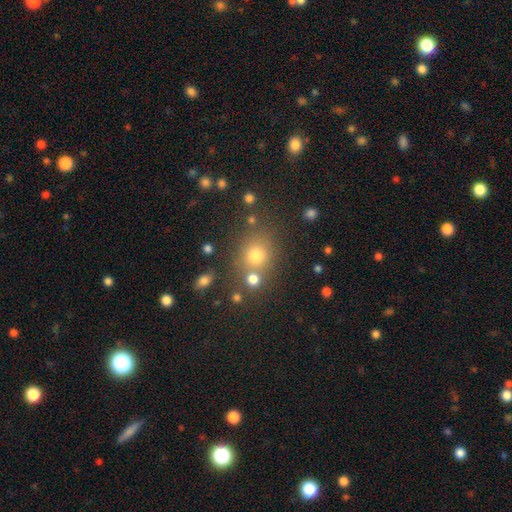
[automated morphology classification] Smooth or featured? Predicted: smooth (p=0.68). How rounded? Predicted: round (p=0.76). Merging? Predicted: none (p=0.69).